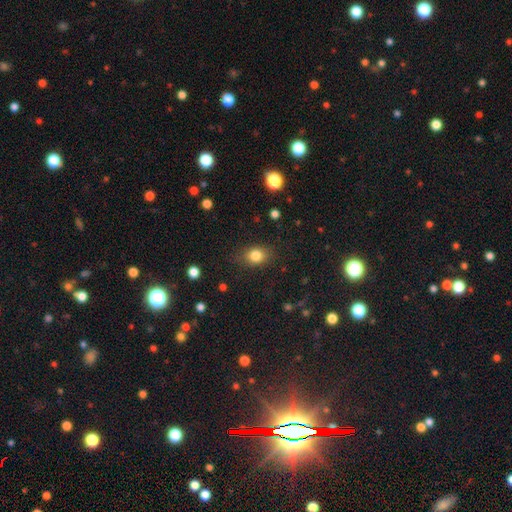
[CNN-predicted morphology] smooth-or-featured: smooth: 82% | star or artifact: 11% | featured or disk: 8%
  how-rounded: in between: 58% | round: 41% | cigar-shaped: 2%
  merging: none: 81% | minor disturbance: 13% | major disturbance: 4% | merger: 1%